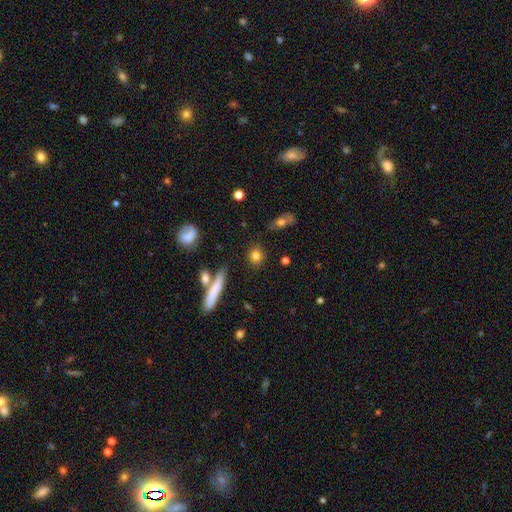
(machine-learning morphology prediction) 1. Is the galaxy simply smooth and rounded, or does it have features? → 80% smooth, 10% featured or disk, 10% star or artifact.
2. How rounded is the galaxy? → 65% round, 28% in between, 7% cigar-shaped.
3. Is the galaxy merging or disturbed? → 82% none, 10% minor disturbance, 5% merger, 3% major disturbance.